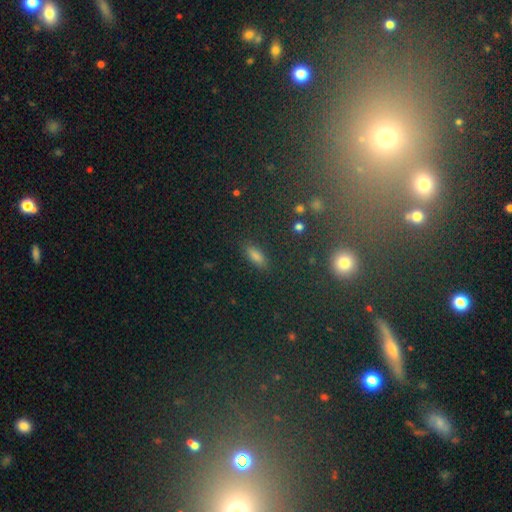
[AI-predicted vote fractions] Smooth or featured? Predicted: smooth (p=0.51). How rounded? Predicted: in between (p=0.61). Merging? Predicted: none (p=0.82).